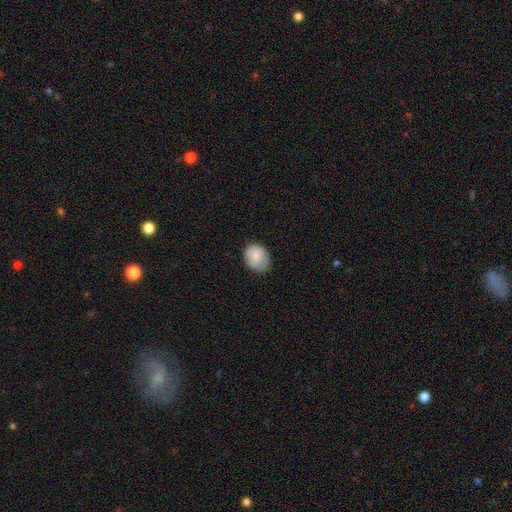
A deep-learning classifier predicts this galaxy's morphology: A smooth galaxy with no disk features (81%) that is in between round and cigar-shaped (58%). Merging: none (70%).